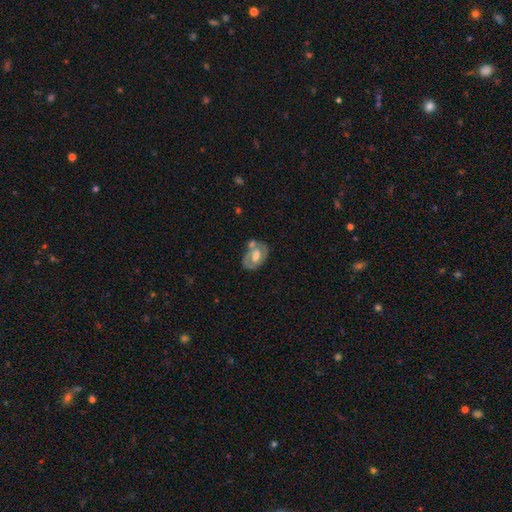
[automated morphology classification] Smooth or featured? featured or disk (66%)
Edge-on disk? no (95%)
Bar? weak (42%)
Spiral arms? yes (63%)
Bulge size? moderate (60%)
Merging? none (53%)